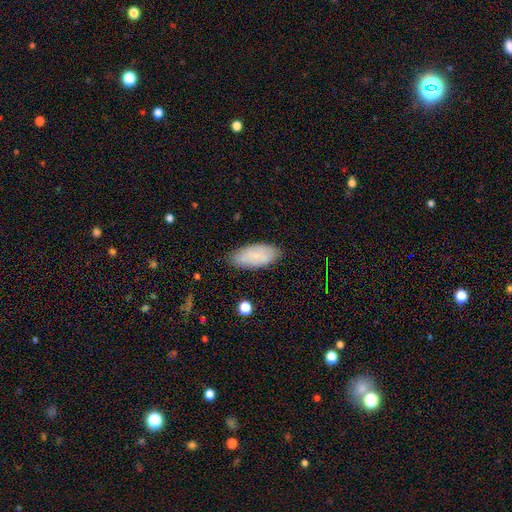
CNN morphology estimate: This appears to be a smooth galaxy with no disk features (75%) that is in between round and cigar-shaped (90%). Merging: none (81%).